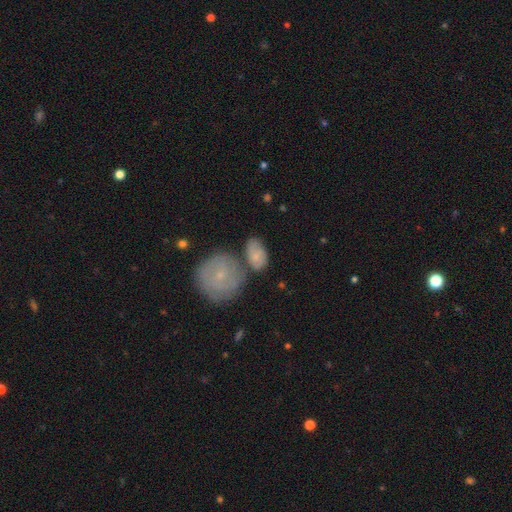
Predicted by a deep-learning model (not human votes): A smooth galaxy with no disk features (56%) that is in between round and cigar-shaped (76%).

Vote fractions:
- Smooth or featured? smooth: 56% / featured or disk: 37% / star or artifact: 8%
- How rounded? in between: 76% / round: 21% / cigar-shaped: 2%
- Merging? none: 49% / merger: 27% / minor disturbance: 18% / major disturbance: 7%